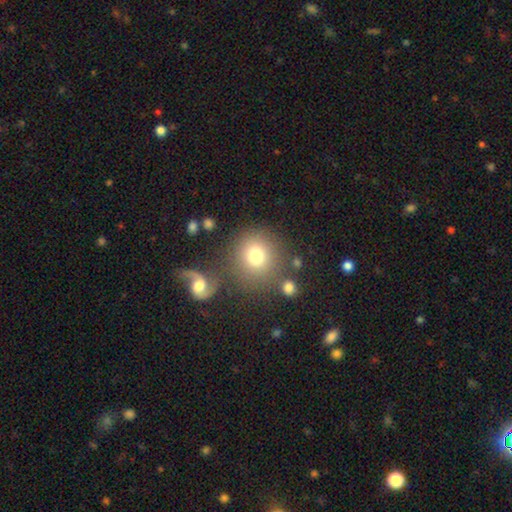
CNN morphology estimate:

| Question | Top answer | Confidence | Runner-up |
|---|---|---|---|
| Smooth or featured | smooth | 76% | featured or disk (13%) |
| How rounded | round | 89% | in between (10%) |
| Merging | none | 72% | merger (12%) |